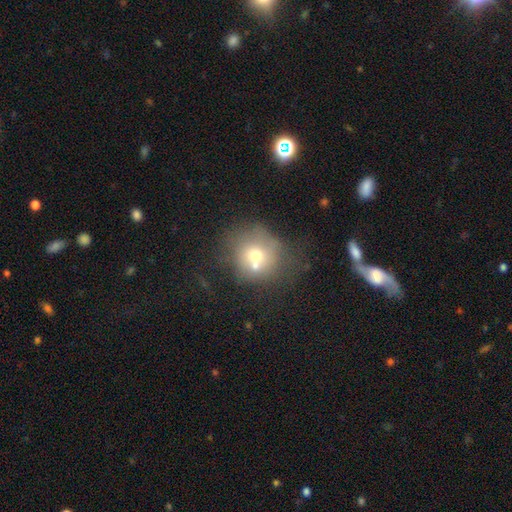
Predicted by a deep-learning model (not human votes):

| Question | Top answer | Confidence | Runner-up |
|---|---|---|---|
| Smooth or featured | smooth | 61% | featured or disk (25%) |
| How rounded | round | 85% | in between (14%) |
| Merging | none | 42% | merger (33%) |